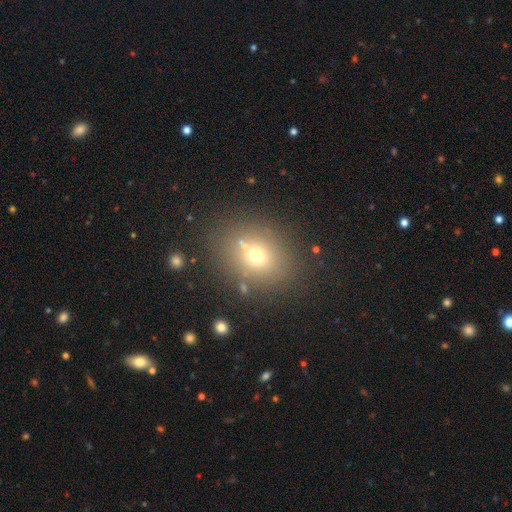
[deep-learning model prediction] The model was most divided on "how rounded": round: 63%, in between: 36%, cigar-shaped: 1%. More confident: merging — none (76%); smooth or featured — smooth (65%).